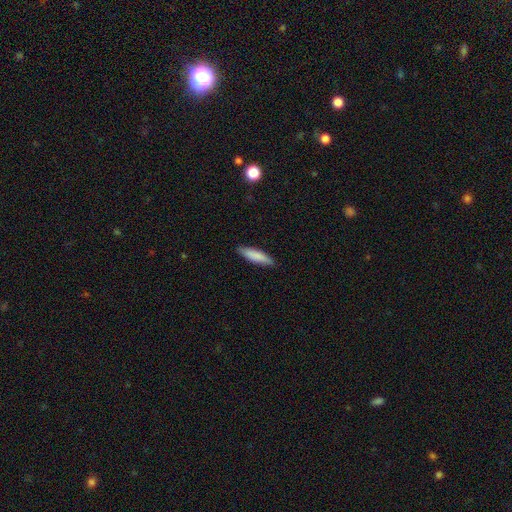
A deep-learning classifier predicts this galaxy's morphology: Q: Smooth or featured?
A: smooth (84%); runner-up: featured or disk (11%)
Q: How rounded?
A: cigar-shaped (72%); runner-up: in between (27%)
Q: Merging?
A: none (88%); runner-up: minor disturbance (10%)